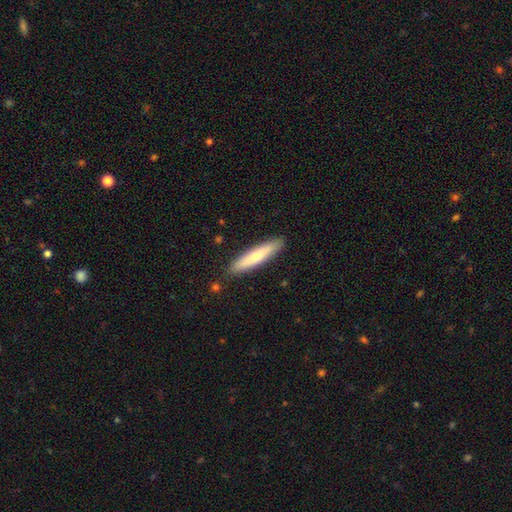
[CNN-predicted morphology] Q: Smooth or featured?
A: smooth (63%); runner-up: featured or disk (32%)
Q: How rounded?
A: cigar-shaped (86%); runner-up: in between (13%)
Q: Merging?
A: none (89%); runner-up: minor disturbance (8%)